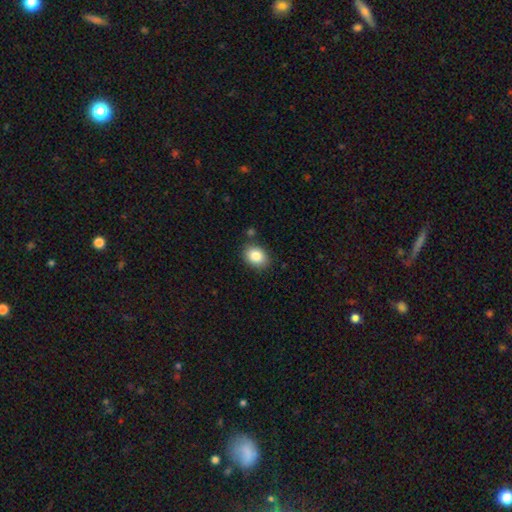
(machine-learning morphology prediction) Overall: smooth (84%). How rounded: in between (66%; round 33%). Merging: none (83%).